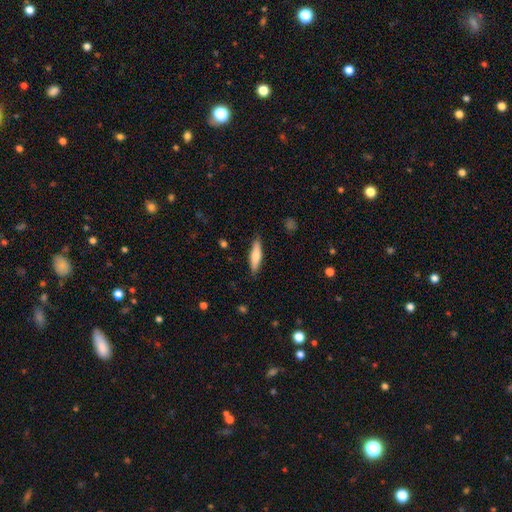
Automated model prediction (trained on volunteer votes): smooth 71%, featured or disk 24%, star or artifact 6%. Down the decision tree: how rounded — cigar-shaped (69%); merging — none (87%).